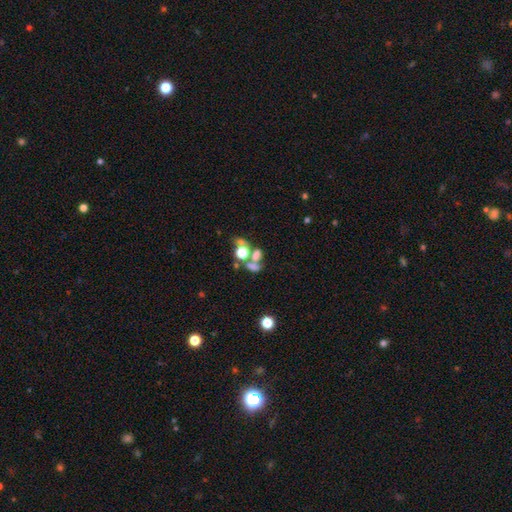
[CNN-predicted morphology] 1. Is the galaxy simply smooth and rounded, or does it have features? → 55% smooth, 23% star or artifact, 22% featured or disk.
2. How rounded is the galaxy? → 50% in between, 47% round, 4% cigar-shaped.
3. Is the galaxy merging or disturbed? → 51% merger, 28% none, 12% major disturbance, 9% minor disturbance.